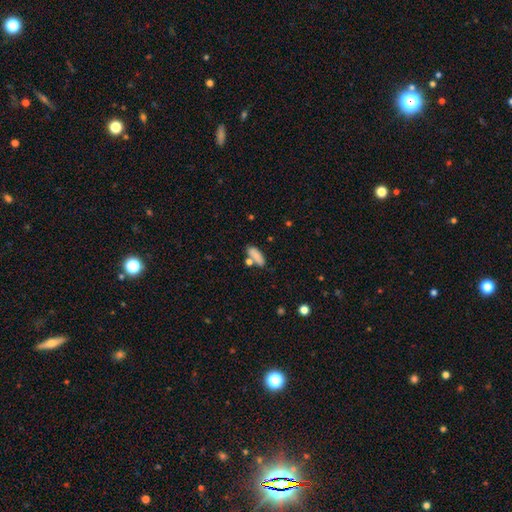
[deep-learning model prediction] A smooth galaxy with no disk features (83%) that is in between round and cigar-shaped (69%).

Vote fractions:
- Smooth or featured? smooth: 83% / featured or disk: 9% / star or artifact: 8%
- How rounded? in between: 69% / cigar-shaped: 28% / round: 3%
- Merging? none: 59% / merger: 20% / minor disturbance: 16% / major disturbance: 5%